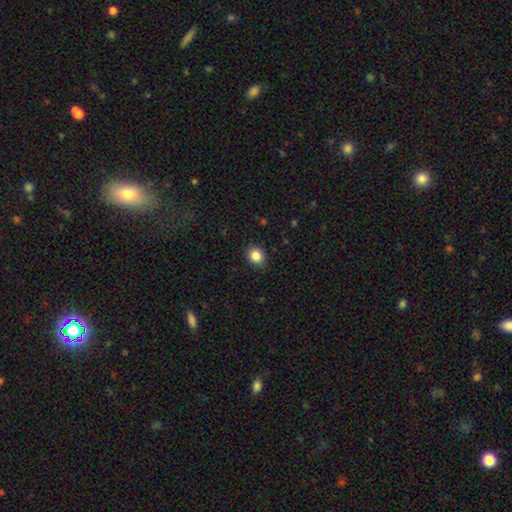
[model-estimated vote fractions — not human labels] Smooth or featured? smooth (85%)
How rounded? round (68%)
Merging? none (89%)